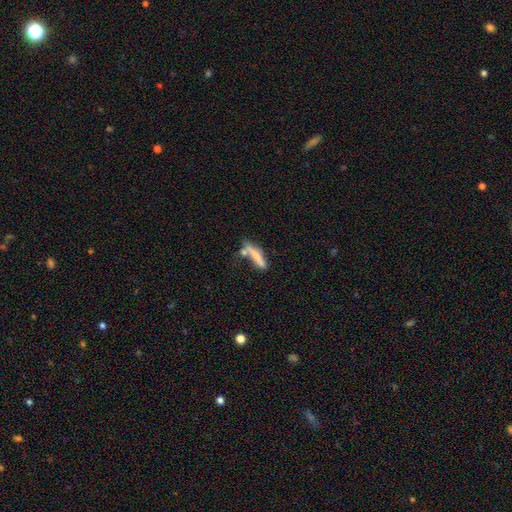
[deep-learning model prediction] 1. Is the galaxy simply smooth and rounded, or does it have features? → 61% smooth, 32% featured or disk, 8% star or artifact.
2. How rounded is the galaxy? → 83% cigar-shaped, 15% in between, 2% round.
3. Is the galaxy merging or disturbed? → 45% none, 27% merger, 19% minor disturbance, 10% major disturbance.